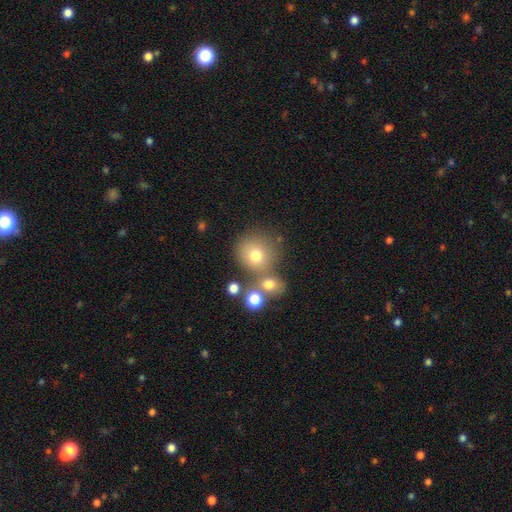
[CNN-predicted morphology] Smooth or featured? Predicted: smooth (p=0.72). How rounded? Predicted: round (p=0.88). Merging? Predicted: none (p=0.56).